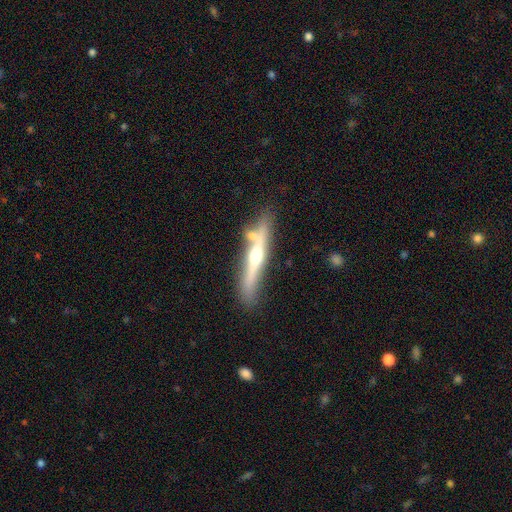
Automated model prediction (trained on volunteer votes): smooth-or-featured: featured or disk: 71% | smooth: 24% | star or artifact: 5%
  disk-edge-on: yes: 95% | no: 5%
    edge-on-bulge: rounded: 90% | none: 6% | boxy: 4%
  merging: none: 70% | minor disturbance: 16% | merger: 10% | major disturbance: 4%